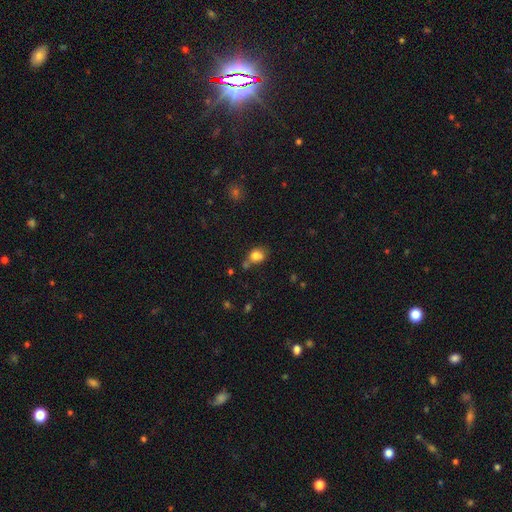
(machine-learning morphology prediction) smooth 78%, star or artifact 11%, featured or disk 11%. Down the decision tree: how rounded — in between (50%); merging — none (42%).